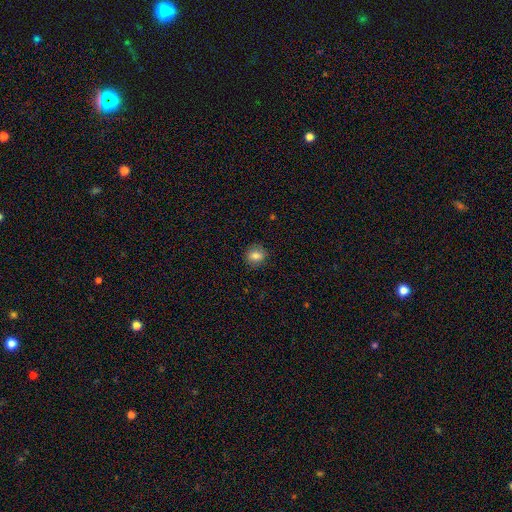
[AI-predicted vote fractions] Morphology: type=smooth (82%); roundness=round (76%); merging=none (87%).